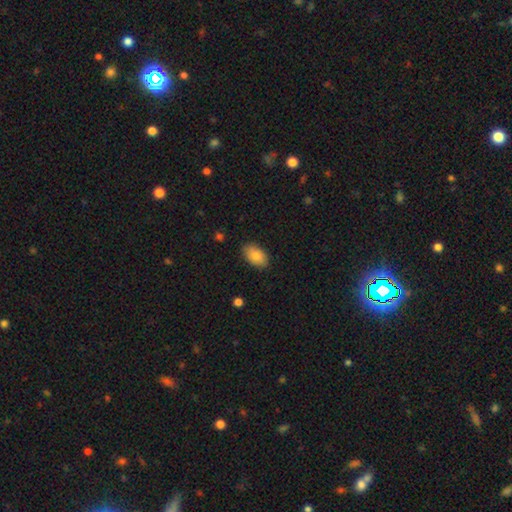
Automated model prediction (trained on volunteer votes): smooth 83%, featured or disk 11%, star or artifact 7%. Down the decision tree: how rounded — in between (93%); merging — none (87%).